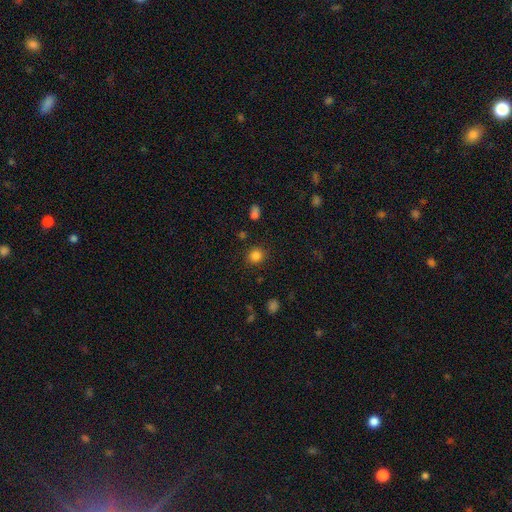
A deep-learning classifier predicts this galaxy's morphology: type=smooth (83%); roundness=round (88%); merging=none (87%).